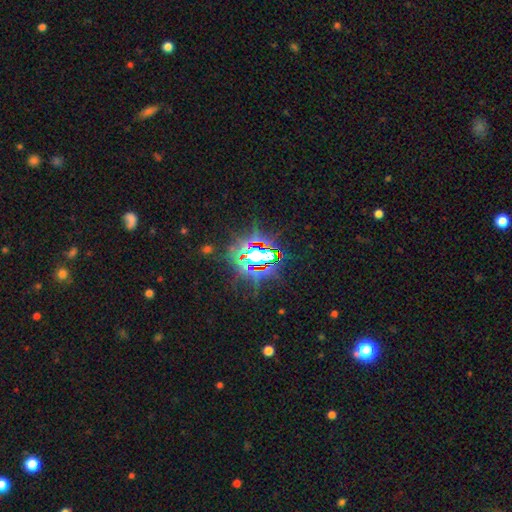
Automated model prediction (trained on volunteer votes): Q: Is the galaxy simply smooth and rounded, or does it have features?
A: star or artifact — 78%.